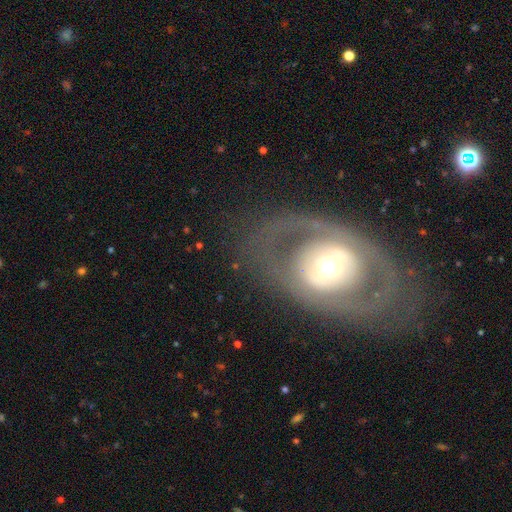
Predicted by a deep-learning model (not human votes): Smooth or featured? featured or disk (71%)
Edge-on disk? no (92%)
Bar? no (67%)
Spiral arms? no (61%)
Bulge size? moderate (57%)
Merging? none (77%)